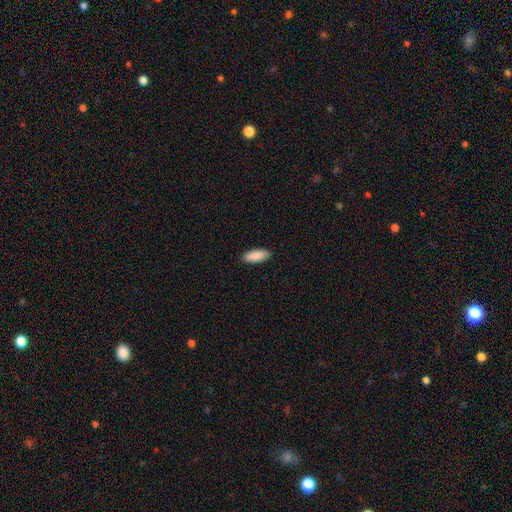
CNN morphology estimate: This appears to be a smooth galaxy with no disk features (89%) that is in between round and cigar-shaped (83%). Merging: none (90%).